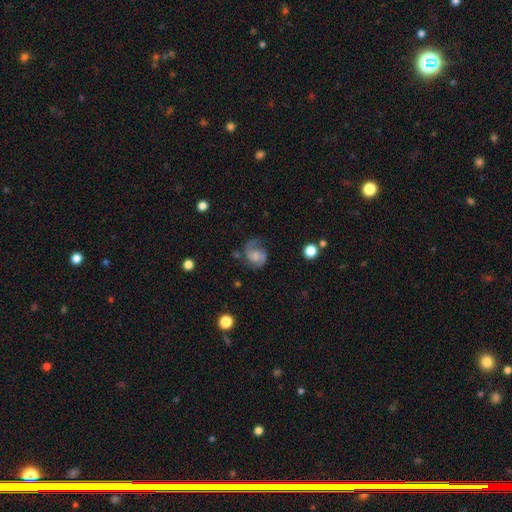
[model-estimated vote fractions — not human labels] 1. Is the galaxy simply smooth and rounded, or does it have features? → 71% featured or disk, 21% smooth, 8% star or artifact.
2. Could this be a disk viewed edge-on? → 98% no, 2% yes.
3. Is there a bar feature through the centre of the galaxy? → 63% no, 32% weak, 5% strong.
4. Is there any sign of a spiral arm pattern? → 94% yes, 6% no.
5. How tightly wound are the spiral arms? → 49% medium, 29% loose, 22% tight.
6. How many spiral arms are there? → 76% 2, 14% 1, 6% can't tell, 2% 3, 1% 4, 1% more than 4.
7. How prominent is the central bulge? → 35% small, 32% moderate, 22% none, 9% large, 2% dominant.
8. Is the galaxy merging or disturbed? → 57% none, 23% minor disturbance, 17% major disturbance, 2% merger.